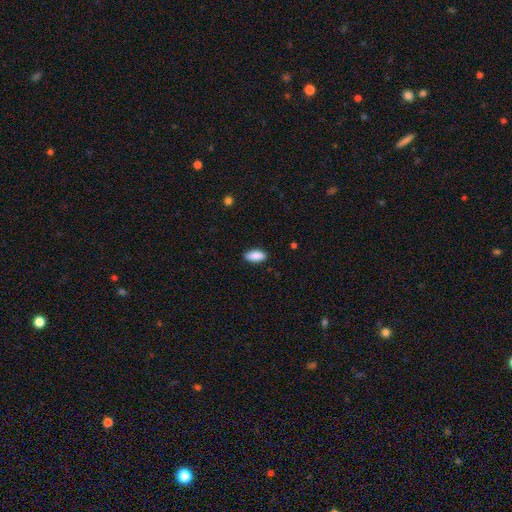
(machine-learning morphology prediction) The model was most divided on "merging": none: 87%, minor disturbance: 10%, major disturbance: 2%, merger: 1%. More confident: how rounded — in between (91%); smooth or featured — smooth (90%).